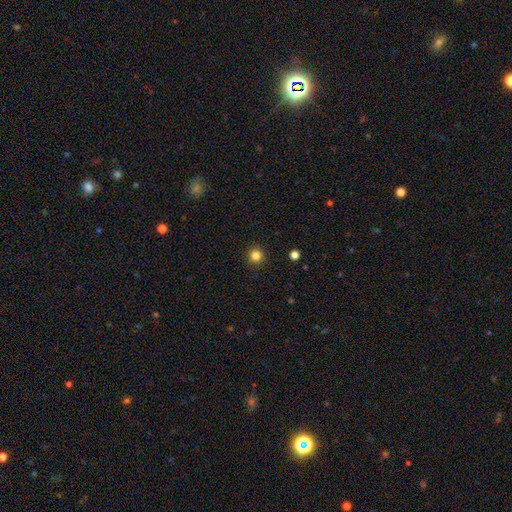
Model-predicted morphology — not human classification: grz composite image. It shows a smooth galaxy with no disk features (83%) that is round (94%). Merging: none (93%).